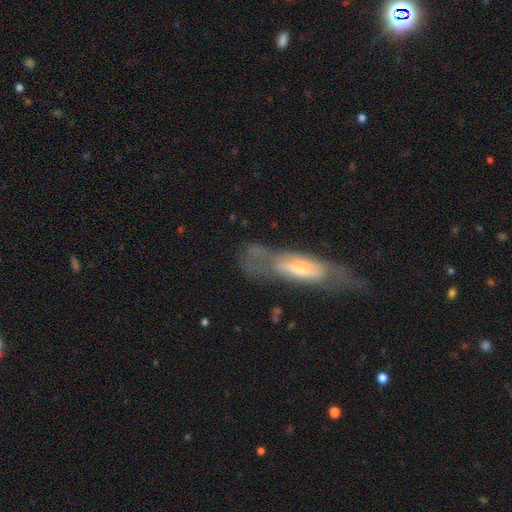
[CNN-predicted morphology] This is possibly a featured or disk galaxy (53%). It is likely not viewed edge-on (63%). Merging: marginally none (38%).